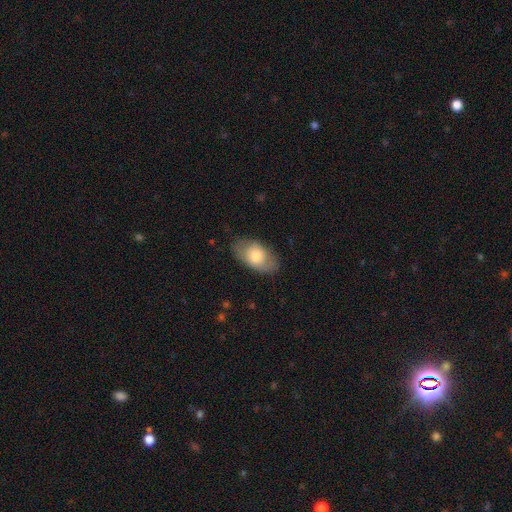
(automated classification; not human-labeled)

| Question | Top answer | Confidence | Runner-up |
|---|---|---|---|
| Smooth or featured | smooth | 73% | featured or disk (21%) |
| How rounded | in between | 92% | round (6%) |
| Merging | none | 76% | minor disturbance (18%) |